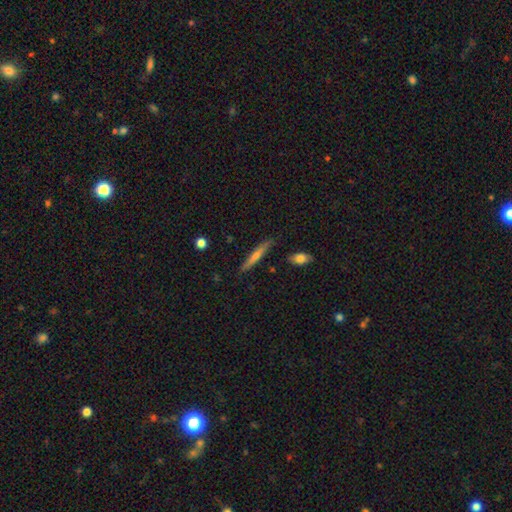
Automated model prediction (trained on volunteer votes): Smooth or featured? Predicted: smooth (p=0.48). Merging? Predicted: none (p=0.85).